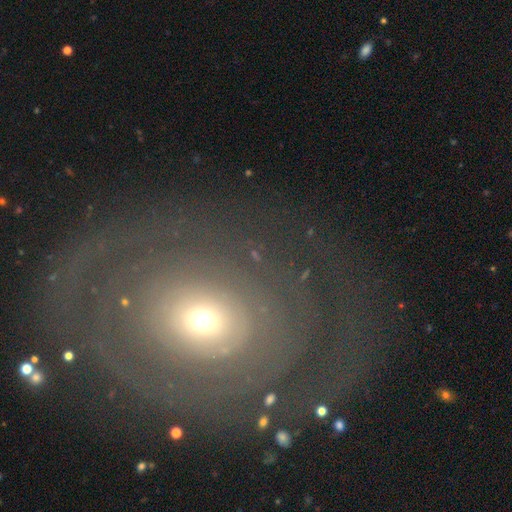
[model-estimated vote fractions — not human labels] The model was most divided on "spiral arms": yes: 51%, no: 49%. More confident: edge-on disk — no (94%); bar — no (88%); merging — none (74%); smooth or featured — featured or disk (65%); bulge size — small (59%).